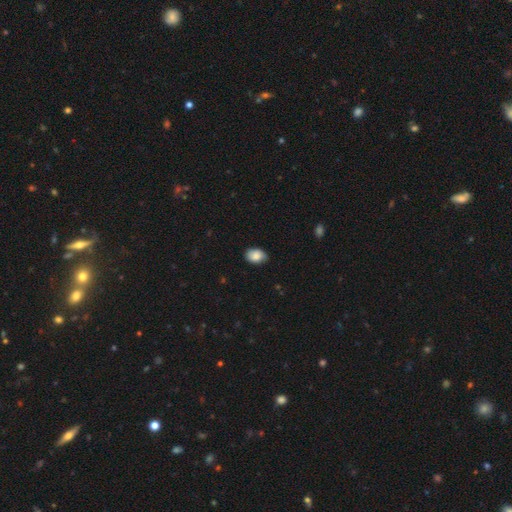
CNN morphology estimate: type=smooth (85%); roundness=in between (82%); merging=none (83%).